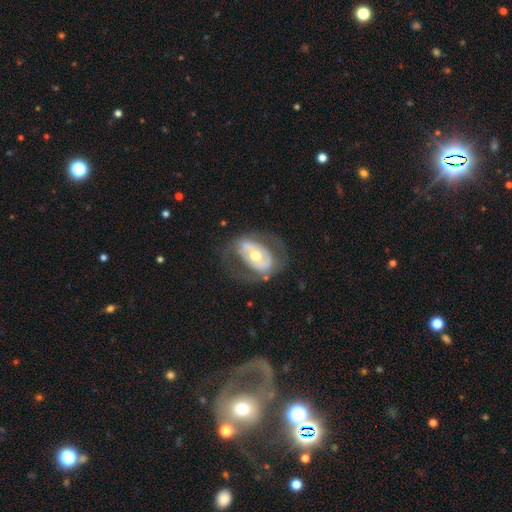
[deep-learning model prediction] smooth_or_featured: featured or disk (p=0.69) [alt: smooth p=0.26]
disk_edge_on: no (p=0.94) [alt: yes p=0.06]
bar: no (p=0.56) [alt: weak p=0.24]
has_spiral_arms: no (p=0.56) [alt: yes p=0.44]
bulge_size: moderate (p=0.69) [alt: small p=0.21]
merging: none (p=0.64) [alt: minor disturbance p=0.18]